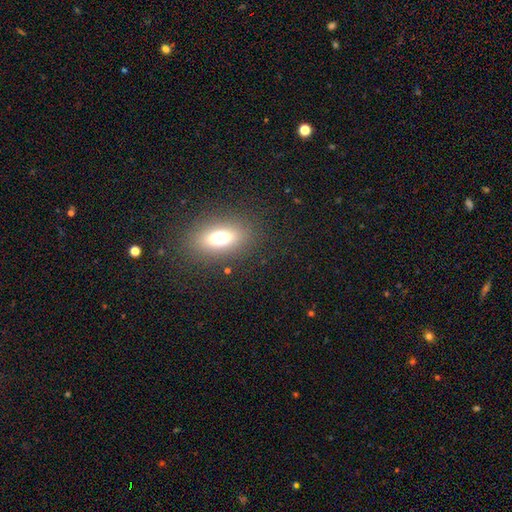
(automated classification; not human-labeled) The model was most divided on "smooth or featured": smooth: 70%, featured or disk: 15%, star or artifact: 15%. More confident: merging — none (89%); how rounded — in between (81%).